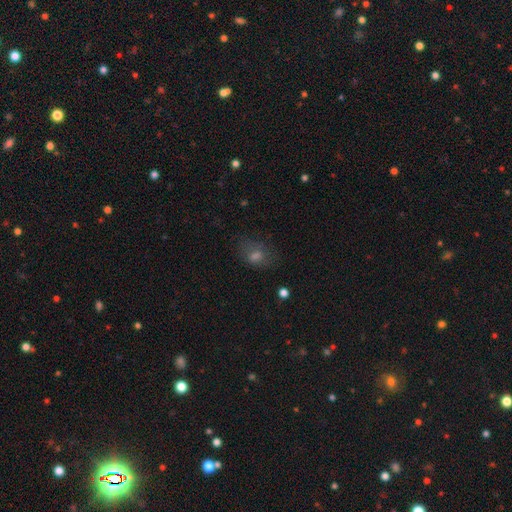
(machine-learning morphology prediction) smooth_or_featured: smooth (p=0.62) [alt: star or artifact p=0.20]
how_rounded: in between (p=0.67) [alt: round p=0.31]
merging: none (p=0.64) [alt: minor disturbance p=0.21]